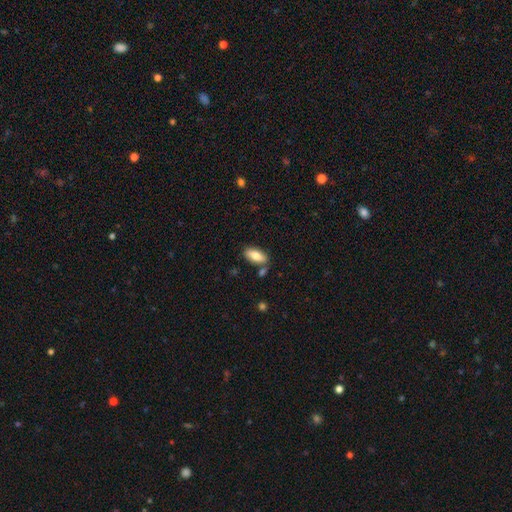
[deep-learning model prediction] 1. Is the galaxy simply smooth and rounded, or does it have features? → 77% smooth, 17% featured or disk, 6% star or artifact.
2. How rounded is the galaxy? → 85% in between, 12% cigar-shaped, 3% round.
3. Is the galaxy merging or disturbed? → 77% none, 12% minor disturbance, 8% merger, 3% major disturbance.